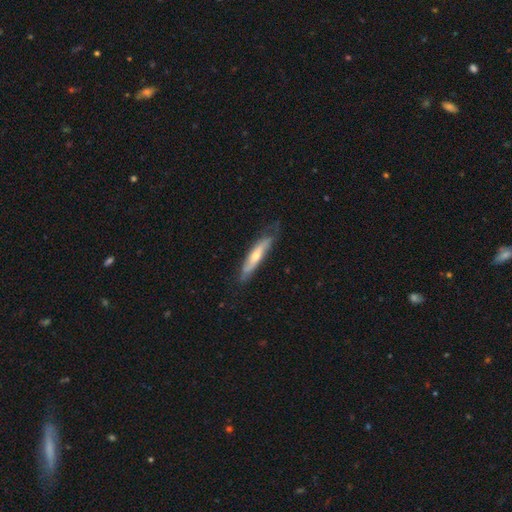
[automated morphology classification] type=featured or disk (51%); edge-on=yes (66%); merging=none (67%).